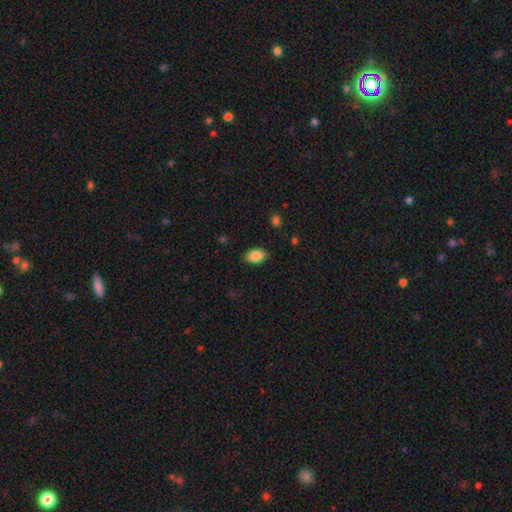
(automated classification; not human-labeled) A smooth galaxy with no disk features (87%) that is in between round and cigar-shaped (90%).

Vote fractions:
- Smooth or featured? smooth: 87% / star or artifact: 8% / featured or disk: 6%
- How rounded? in between: 90% / round: 8% / cigar-shaped: 2%
- Merging? none: 86% / minor disturbance: 10% / major disturbance: 2% / merger: 1%